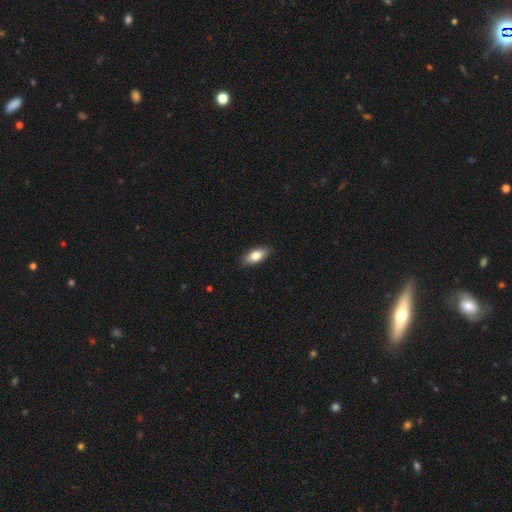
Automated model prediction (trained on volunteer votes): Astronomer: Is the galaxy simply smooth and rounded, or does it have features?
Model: smooth — 79%.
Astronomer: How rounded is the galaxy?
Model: in between — 86%.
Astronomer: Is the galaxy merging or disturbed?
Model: none — 88%.